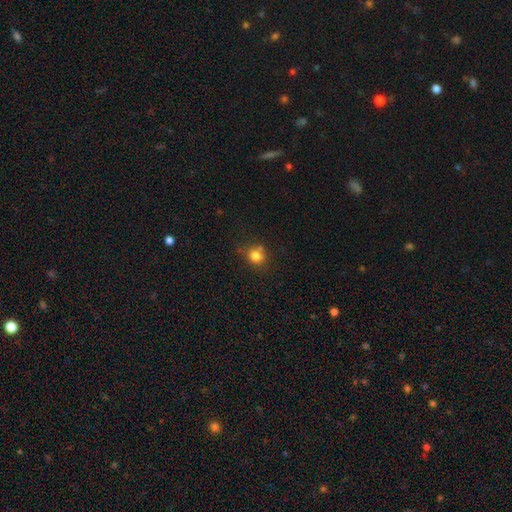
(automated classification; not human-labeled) A smooth galaxy with no disk features (81%) that is round (77%).

Vote fractions:
- Smooth or featured? smooth: 81% / star or artifact: 12% / featured or disk: 7%
- How rounded? round: 77% / in between: 22% / cigar-shaped: 1%
- Merging? none: 67% / minor disturbance: 17% / merger: 11% / major disturbance: 5%